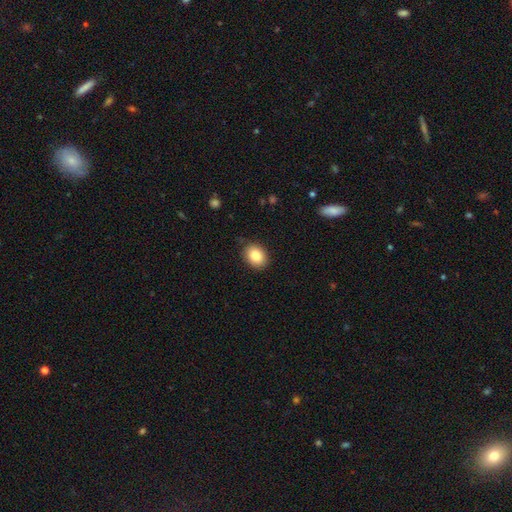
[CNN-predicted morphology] Q: Smooth or featured?
A: smooth (86%); runner-up: star or artifact (8%)
Q: How rounded?
A: in between (64%); runner-up: round (35%)
Q: Merging?
A: none (85%); runner-up: minor disturbance (11%)